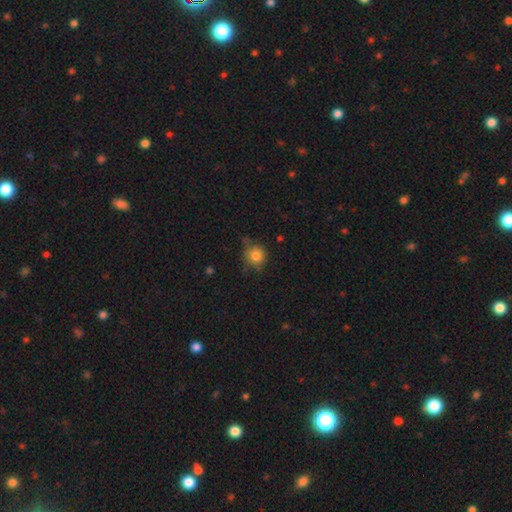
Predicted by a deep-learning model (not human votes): smooth_or_featured: smooth (p=0.83) [alt: star or artifact p=0.10]
how_rounded: round (p=0.90) [alt: in between p=0.09]
merging: none (p=0.70) [alt: minor disturbance p=0.20]